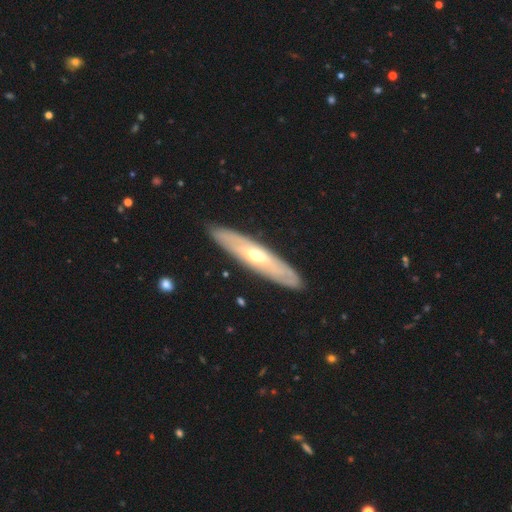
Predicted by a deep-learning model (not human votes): Smooth or featured? Predicted: featured or disk (p=0.66). Edge-on disk? Predicted: yes (p=0.57). Merging? Predicted: none (p=0.88).